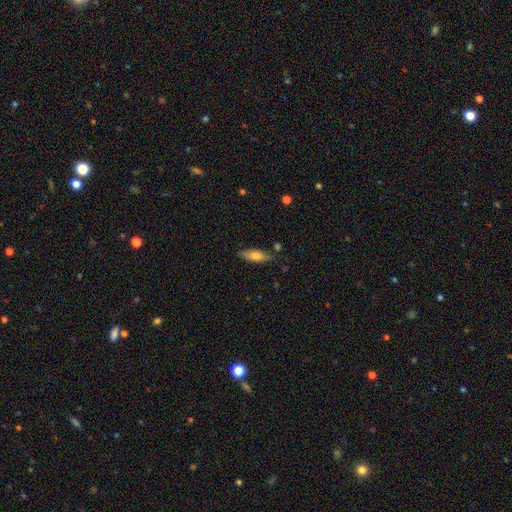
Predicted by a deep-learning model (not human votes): Smooth or featured? smooth (72%)
How rounded? in between (59%)
Merging? none (78%)